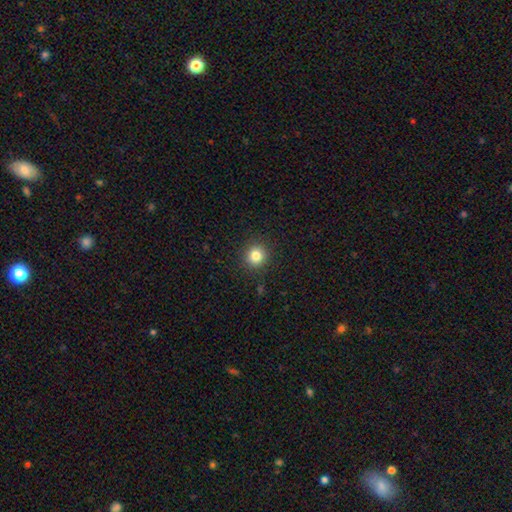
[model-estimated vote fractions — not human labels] Smooth or featured? Predicted: smooth (p=0.82). How rounded? Predicted: round (p=0.92). Merging? Predicted: none (p=0.91).